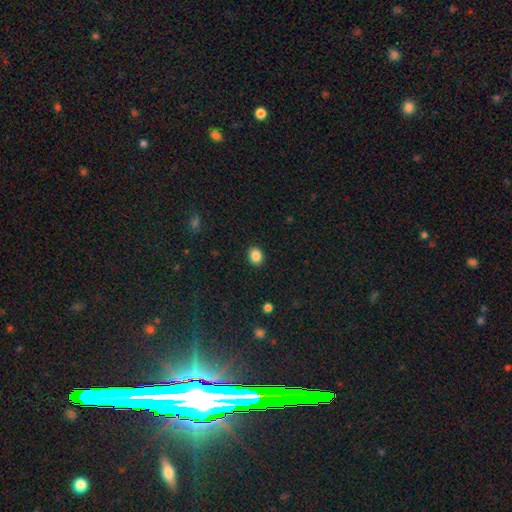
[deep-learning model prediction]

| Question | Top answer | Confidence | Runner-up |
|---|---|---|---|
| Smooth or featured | smooth | 86% | star or artifact (10%) |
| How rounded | round | 53% | in between (46%) |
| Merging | none | 91% | minor disturbance (6%) |